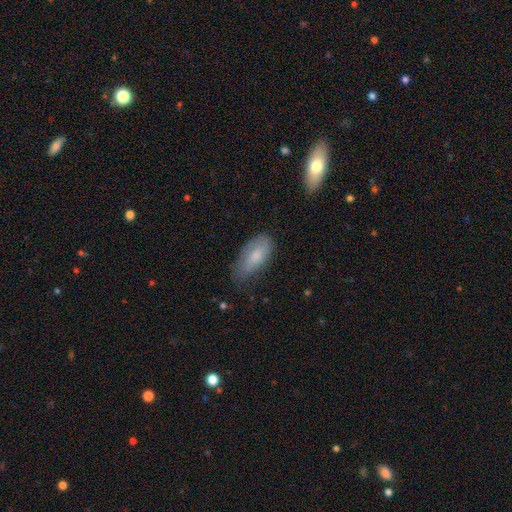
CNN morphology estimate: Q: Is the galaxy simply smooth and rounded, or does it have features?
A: smooth — 74%.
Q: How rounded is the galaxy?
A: in between — 88%.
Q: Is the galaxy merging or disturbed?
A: none — 56%.